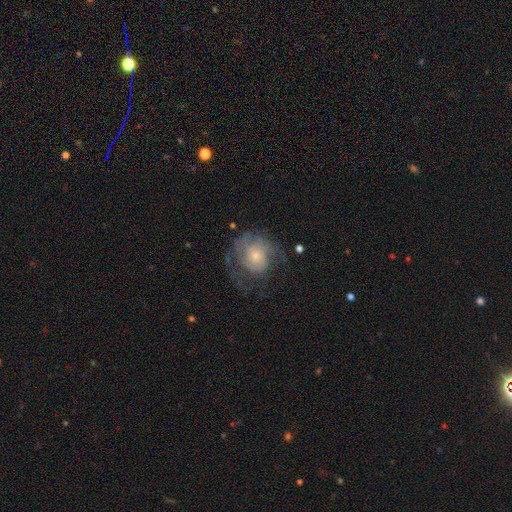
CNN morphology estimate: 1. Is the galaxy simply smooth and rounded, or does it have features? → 66% featured or disk, 27% smooth, 7% star or artifact.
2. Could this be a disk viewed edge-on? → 97% no, 3% yes.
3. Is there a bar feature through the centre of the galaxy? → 80% no, 17% weak, 3% strong.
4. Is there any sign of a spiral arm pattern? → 82% yes, 18% no.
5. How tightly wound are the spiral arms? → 41% tight, 39% medium, 20% loose.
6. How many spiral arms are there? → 37% can't tell, 31% 2, 13% 3, 10% 1, 5% 4, 4% more than 4.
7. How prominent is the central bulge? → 59% small, 31% moderate, 5% large, 3% none, 2% dominant.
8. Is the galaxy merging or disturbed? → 51% none, 26% major disturbance, 21% minor disturbance, 2% merger.